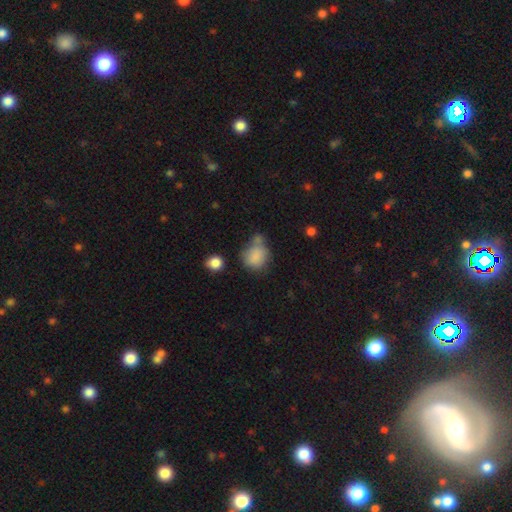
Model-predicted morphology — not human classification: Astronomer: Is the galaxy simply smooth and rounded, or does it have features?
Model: smooth — 81%.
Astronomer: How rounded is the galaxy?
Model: round — 66%.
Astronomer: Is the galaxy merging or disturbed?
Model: none — 42% (runner-up: minor disturbance, 24%).